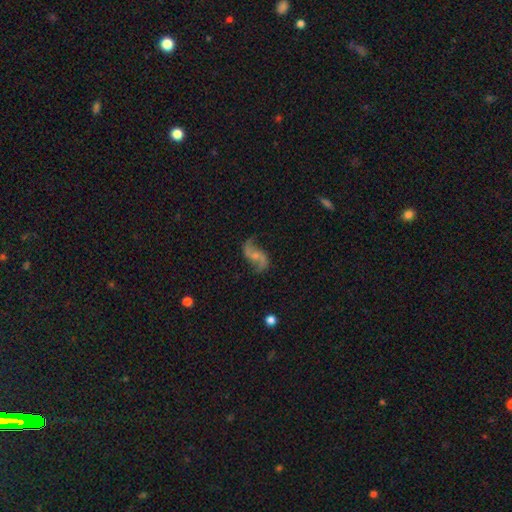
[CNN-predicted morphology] This is clearly a featured or disk galaxy (86%). It is clearly not viewed edge-on (97%). Bar: possibly no (53%). Spiral arm pattern: clearly yes (96%). Spiral arm count: clearly 2 (93%). Spiral winding: clearly loose (82%). Central bulge: possibly small (49%). Merging: likely none (74%).